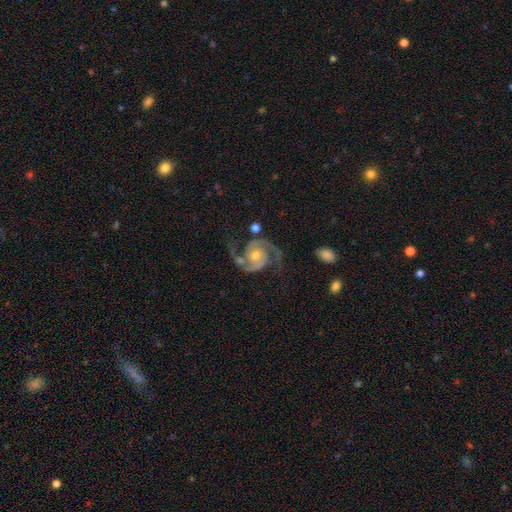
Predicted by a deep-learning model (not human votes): A featured or disk galaxy (93%) with no bar (69%), 2 (94%) medium (59%) spiral arms (99%) and a moderate central bulge (54%). Merging: none (76%).